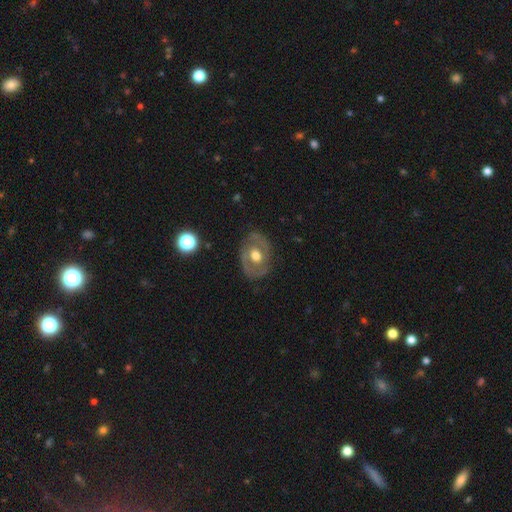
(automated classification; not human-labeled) This appears to be a featured or disk galaxy (63%) with no bar (69%), no spiral arms (57%) and a moderate central bulge (71%). Merging: none (77%).